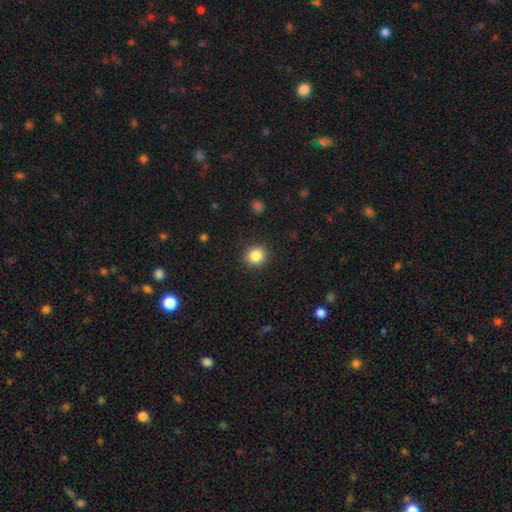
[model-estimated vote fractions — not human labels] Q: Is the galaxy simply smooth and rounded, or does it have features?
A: smooth — 86%.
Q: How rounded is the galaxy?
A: round — 85%.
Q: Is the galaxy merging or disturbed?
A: none — 90%.